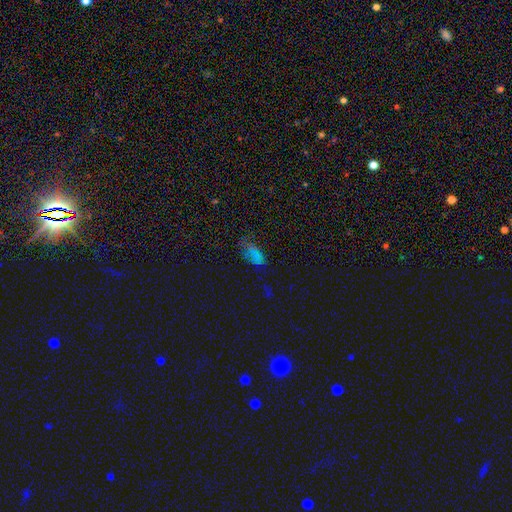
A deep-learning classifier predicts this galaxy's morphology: This appears to be a smooth galaxy with no disk features (66%) that is in between round and cigar-shaped (88%). Merging: none (43%).